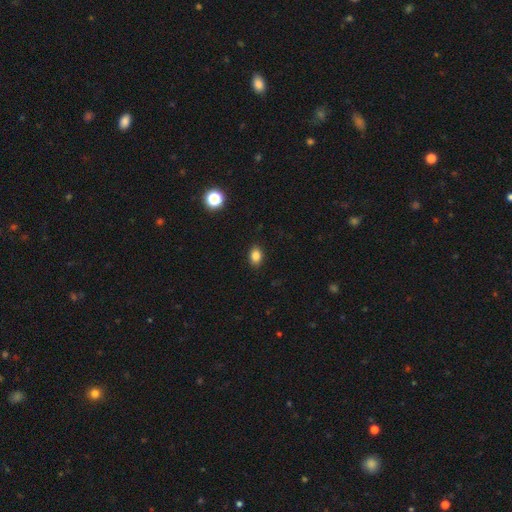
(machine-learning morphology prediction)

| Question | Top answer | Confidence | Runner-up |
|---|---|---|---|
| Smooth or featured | smooth | 85% | star or artifact (11%) |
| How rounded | in between | 75% | round (24%) |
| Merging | none | 89% | minor disturbance (8%) |